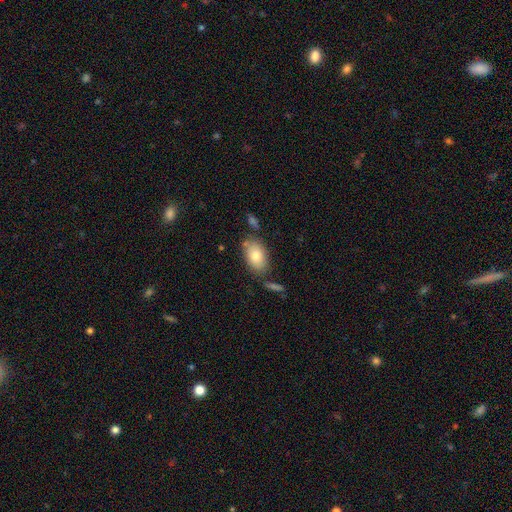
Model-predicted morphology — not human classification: This appears to be a smooth galaxy with no disk features (79%) that is in between round and cigar-shaped (89%). Merging: none (72%).